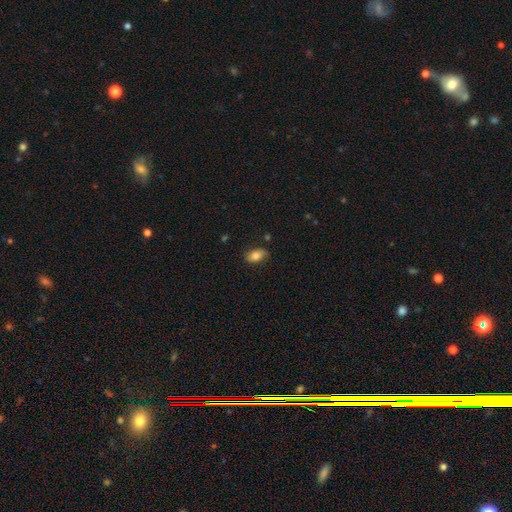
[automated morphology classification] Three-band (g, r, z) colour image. It shows a smooth galaxy with no disk features (80%) that is in between round and cigar-shaped (90%). Merging: none (76%).